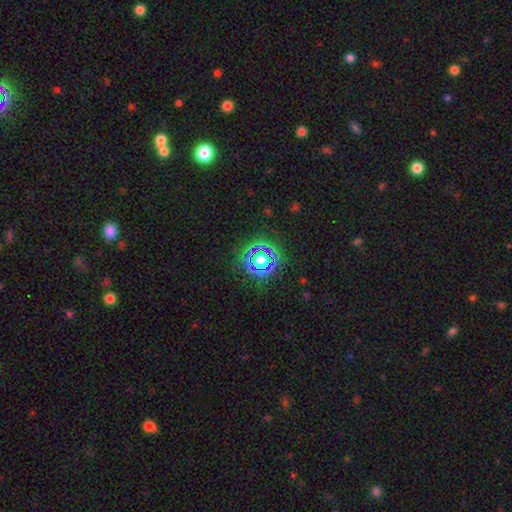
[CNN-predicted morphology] Smooth or featured: star or artifact — 72% (smooth — 20%)